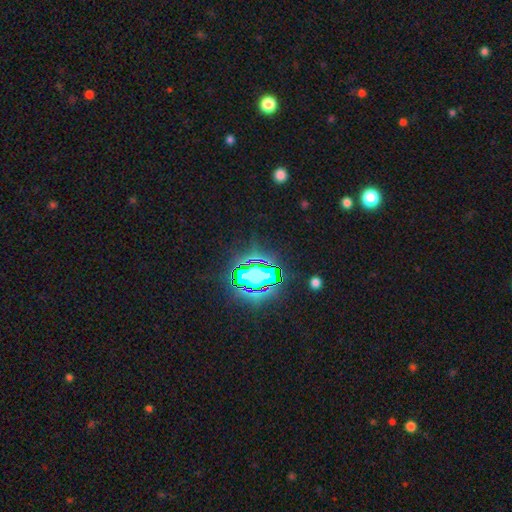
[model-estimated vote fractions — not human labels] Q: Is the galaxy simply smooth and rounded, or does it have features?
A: star or artifact — 71%.